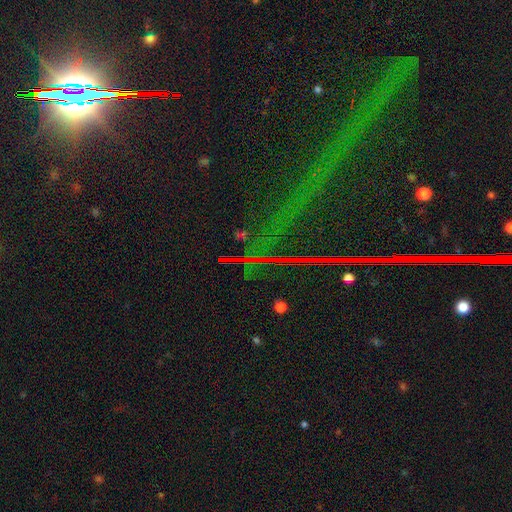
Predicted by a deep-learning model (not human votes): The model was most divided on "smooth or featured": star or artifact: 86%, featured or disk: 7%, smooth: 7%.